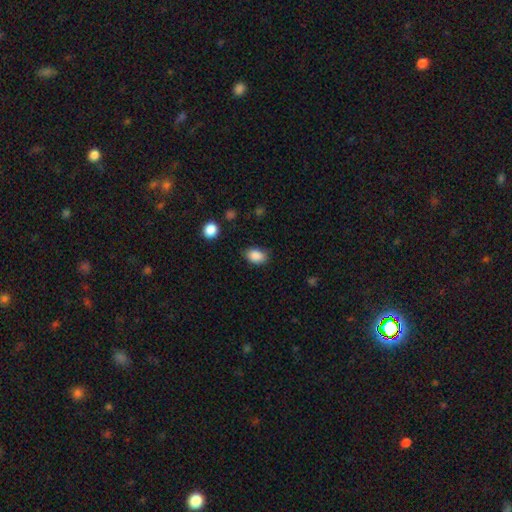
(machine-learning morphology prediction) A smooth galaxy with no disk features (88%) that is in between round and cigar-shaped (81%).

Vote fractions:
- Smooth or featured? smooth: 88% / star or artifact: 8% / featured or disk: 4%
- How rounded? in between: 81% / round: 18% / cigar-shaped: 1%
- Merging? none: 82% / minor disturbance: 13% / major disturbance: 3% / merger: 1%